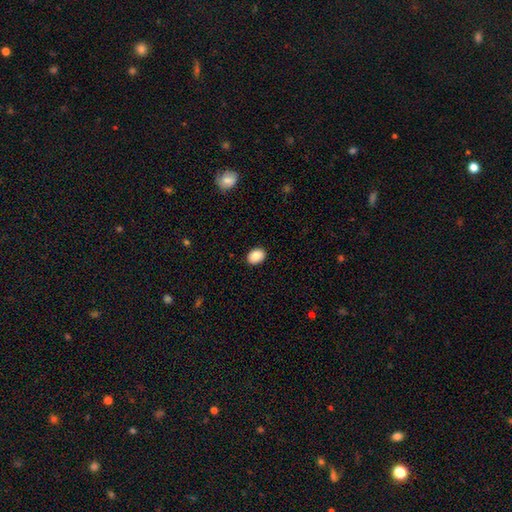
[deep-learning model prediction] The model was most divided on "how rounded": in between: 69%, round: 30%, cigar-shaped: 1%. More confident: merging — none (89%); smooth or featured — smooth (87%).